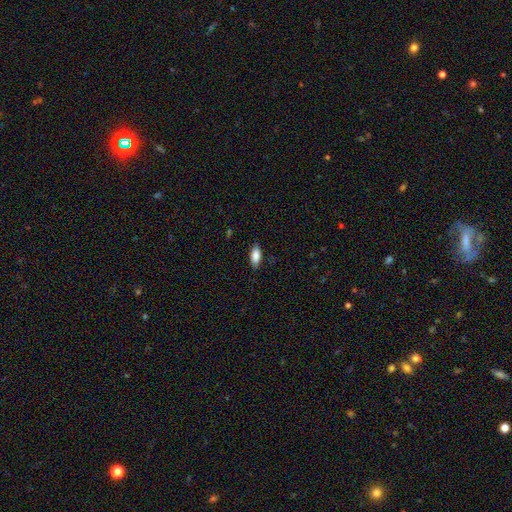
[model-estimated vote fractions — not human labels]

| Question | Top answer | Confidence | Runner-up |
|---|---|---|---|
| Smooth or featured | smooth | 85% | featured or disk (8%) |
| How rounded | in between | 81% | cigar-shaped (17%) |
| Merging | none | 85% | minor disturbance (12%) |